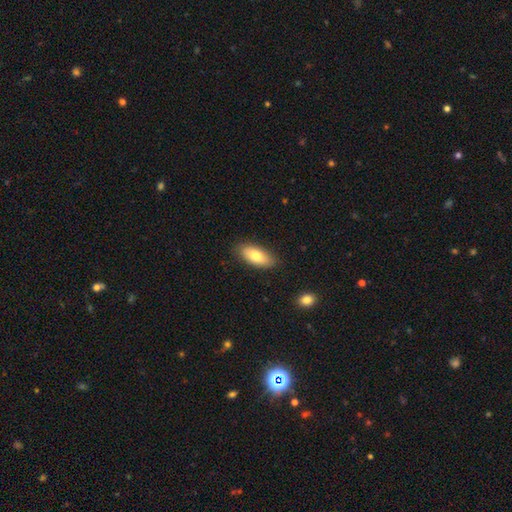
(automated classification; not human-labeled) This appears to be a smooth galaxy with no disk features (78%) that is in between round and cigar-shaped (87%). Merging: none (86%).